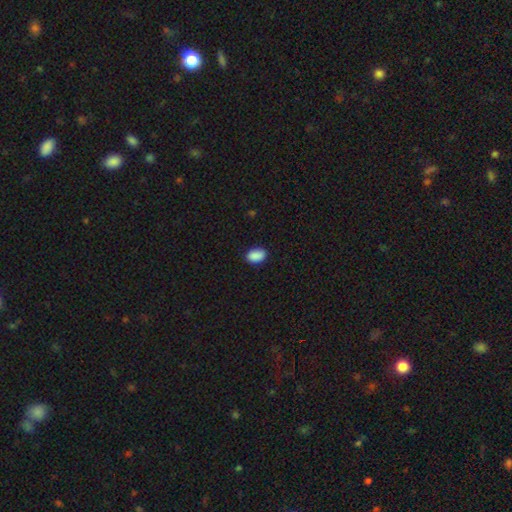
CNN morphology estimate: A smooth galaxy with no disk features (90%) that is in between round and cigar-shaped (87%).

Vote fractions:
- Smooth or featured? smooth: 90% / star or artifact: 8% / featured or disk: 2%
- How rounded? in between: 87% / round: 11% / cigar-shaped: 1%
- Merging? none: 86% / minor disturbance: 11% / major disturbance: 2% / merger: 1%